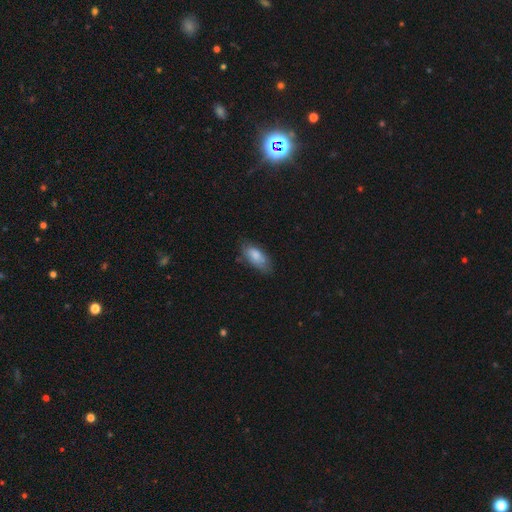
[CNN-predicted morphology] This is likely a smooth galaxy (78%). How rounded: clearly in between (87%). Merging: likely none (61%).